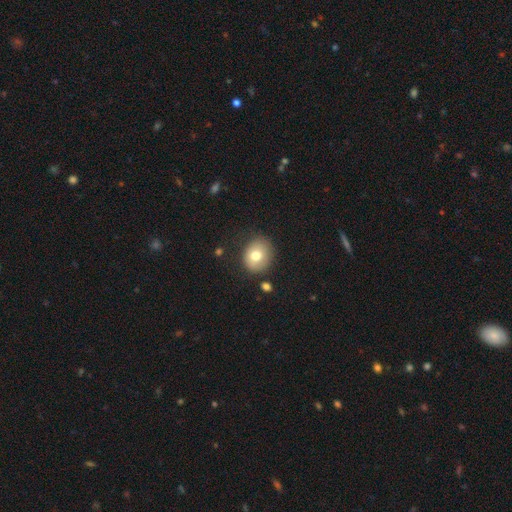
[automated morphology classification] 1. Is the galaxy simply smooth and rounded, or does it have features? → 74% smooth, 16% featured or disk, 9% star or artifact.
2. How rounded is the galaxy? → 65% round, 34% in between, 1% cigar-shaped.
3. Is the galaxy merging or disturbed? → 78% none, 15% minor disturbance, 4% major disturbance, 3% merger.